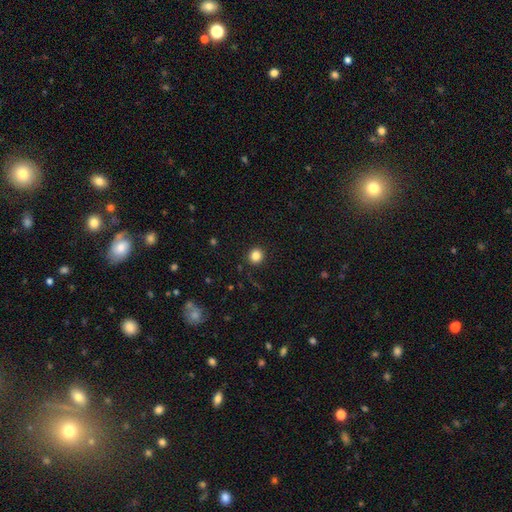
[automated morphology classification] This appears to be a smooth galaxy with no disk features (84%) that is round (90%). Merging: none (91%).